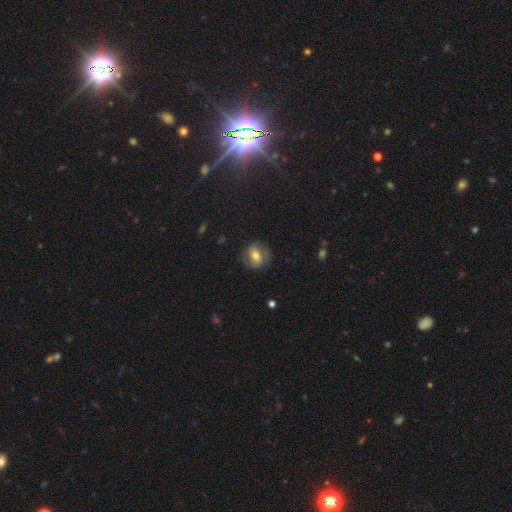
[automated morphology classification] Q: Smooth or featured?
A: smooth (57%); runner-up: featured or disk (33%)
Q: How rounded?
A: round (57%); runner-up: in between (41%)
Q: Merging?
A: none (74%); runner-up: minor disturbance (17%)